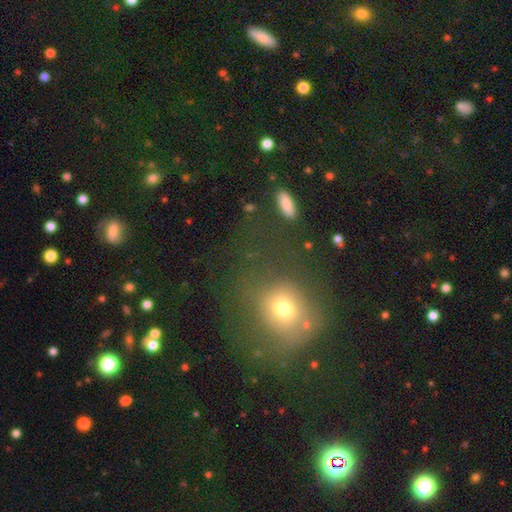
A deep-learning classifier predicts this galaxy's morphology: Smooth or featured? Predicted: smooth (p=0.58). How rounded? Predicted: round (p=0.76). Merging? Predicted: none (p=0.64).